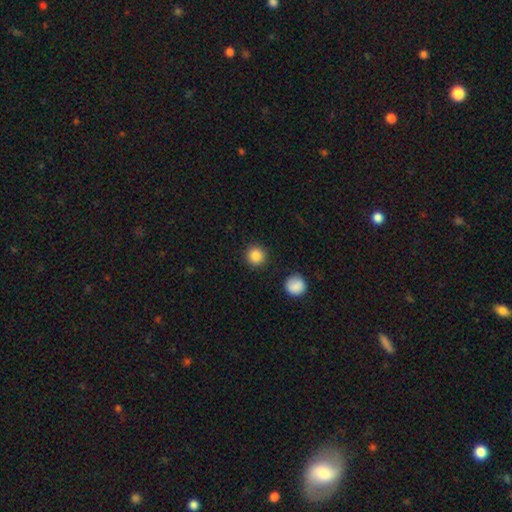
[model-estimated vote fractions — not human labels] The model was most divided on "smooth or featured": smooth: 86%, star or artifact: 10%, featured or disk: 4%. More confident: how rounded — round (95%); merging — none (90%).